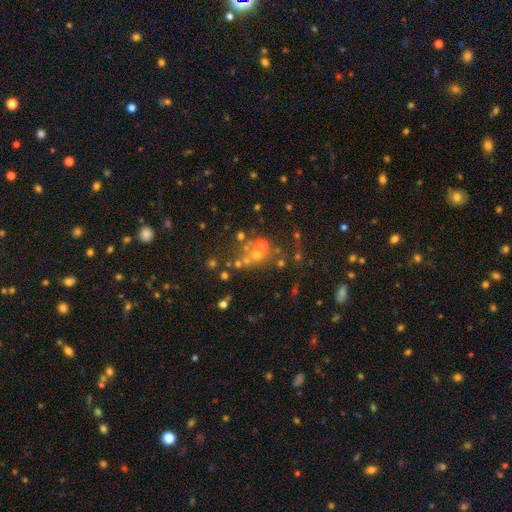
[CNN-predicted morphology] A star or artifact, not a galaxy (41%).